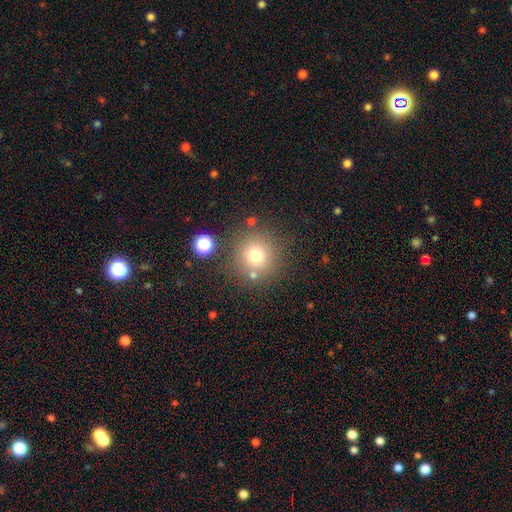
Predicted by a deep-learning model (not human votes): This appears to be a smooth galaxy with no disk features (72%) that is round (94%). Merging: none (80%).